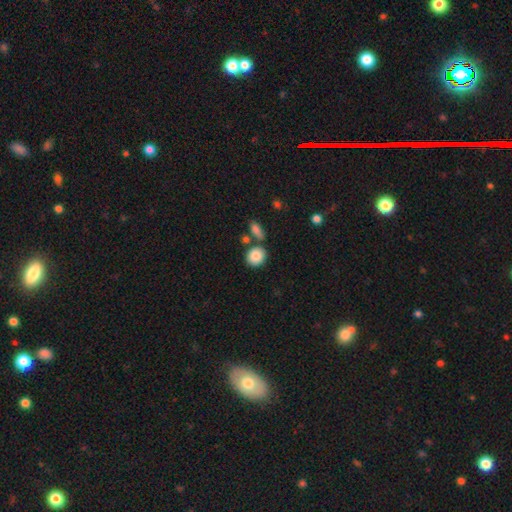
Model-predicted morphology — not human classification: type=smooth (85%); roundness=round (68%); merging=none (69%).